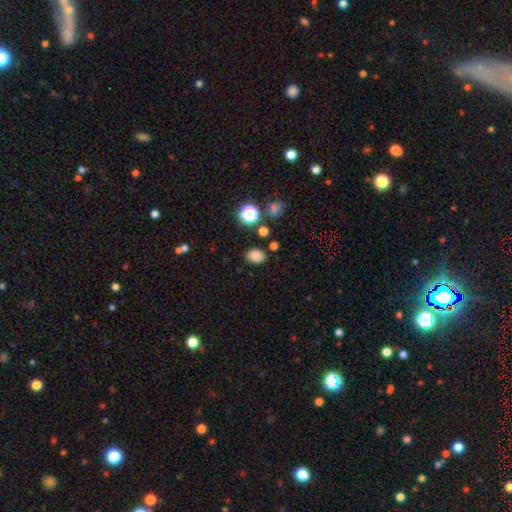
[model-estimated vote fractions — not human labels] Smooth or featured? Predicted: smooth (p=0.80). How rounded? Predicted: in between (p=0.64). Merging? Predicted: none (p=0.82).